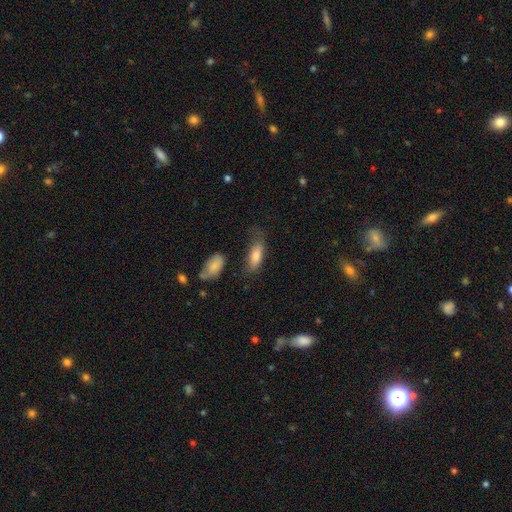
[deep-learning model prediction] Overall: smooth (77%). How rounded: in between (66%; cigar-shaped 31%). Merging: none (60%; minor disturbance 26%).